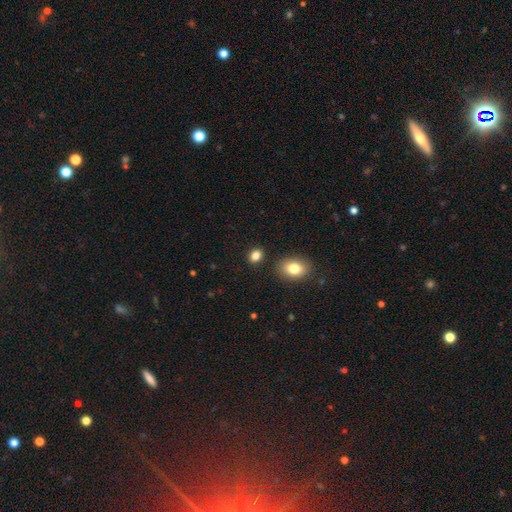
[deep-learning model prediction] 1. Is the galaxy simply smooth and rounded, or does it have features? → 84% smooth, 11% star or artifact, 5% featured or disk.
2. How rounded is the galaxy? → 57% in between, 42% round, 1% cigar-shaped.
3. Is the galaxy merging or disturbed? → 84% none, 9% minor disturbance, 4% merger, 3% major disturbance.